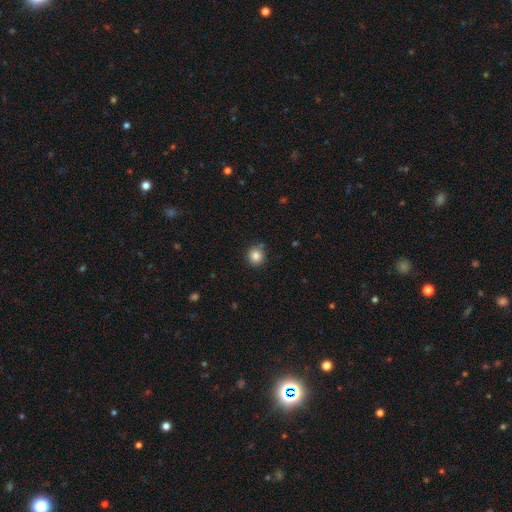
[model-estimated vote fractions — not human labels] Smooth or featured?
  - smooth: 85% *
  - star or artifact: 11%
  - featured or disk: 5%
How rounded?
  - round: 91% *
  - in between: 8%
  - cigar-shaped: 1%
Merging?
  - none: 84% *
  - minor disturbance: 11%
  - merger: 3%
  - major disturbance: 2%